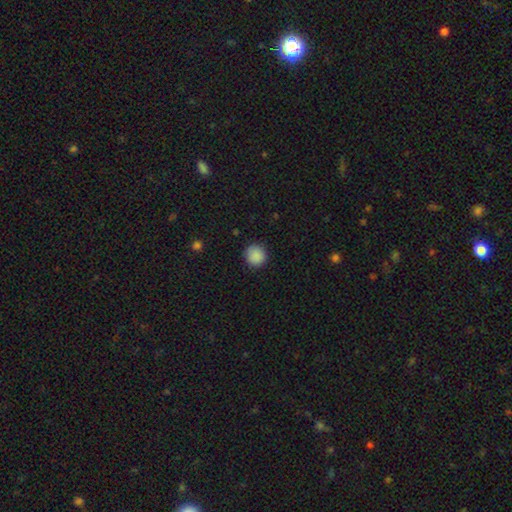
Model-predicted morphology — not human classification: type=smooth (88%); roundness=round (93%); merging=none (89%).